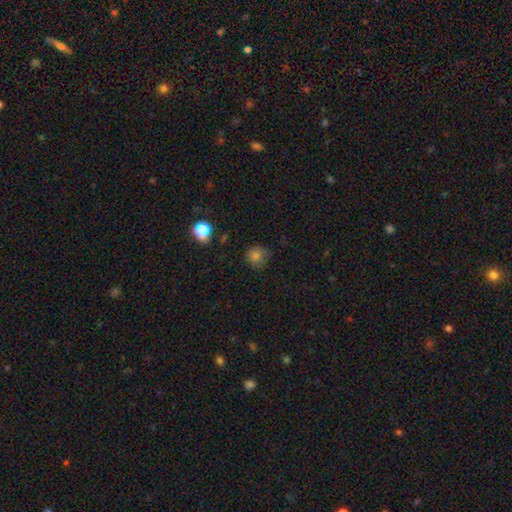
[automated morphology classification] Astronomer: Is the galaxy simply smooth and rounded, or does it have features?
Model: smooth — 79%.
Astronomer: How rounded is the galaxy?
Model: round — 88%.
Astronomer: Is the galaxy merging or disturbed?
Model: none — 74%.